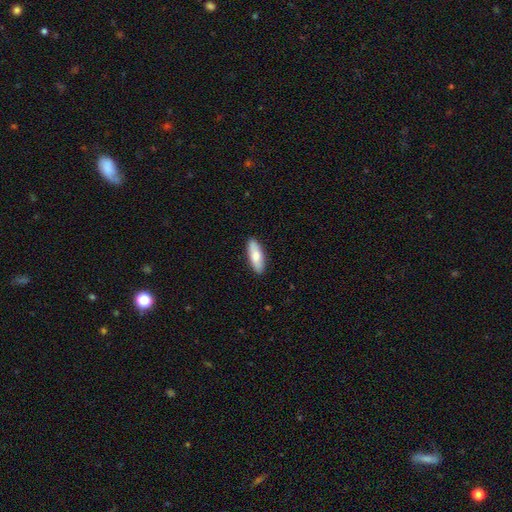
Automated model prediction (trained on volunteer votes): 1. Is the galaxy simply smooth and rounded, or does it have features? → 75% smooth, 20% featured or disk, 5% star or artifact.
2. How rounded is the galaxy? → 56% in between, 42% cigar-shaped, 2% round.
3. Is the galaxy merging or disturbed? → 90% none, 8% minor disturbance, 2% major disturbance, 1% merger.